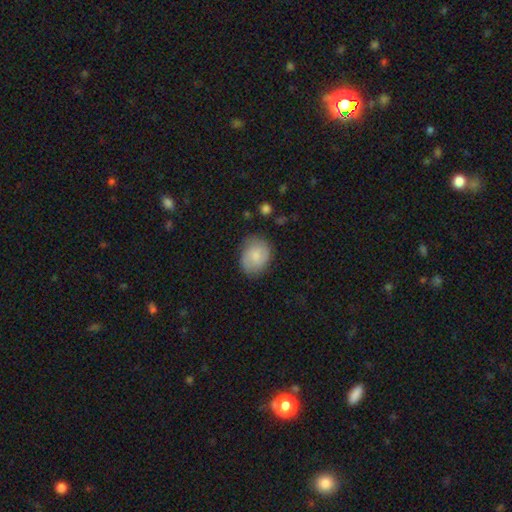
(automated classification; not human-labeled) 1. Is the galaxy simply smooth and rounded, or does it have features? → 69% smooth, 24% featured or disk, 7% star or artifact.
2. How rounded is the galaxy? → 50% in between, 49% round, 1% cigar-shaped.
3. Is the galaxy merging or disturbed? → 73% none, 21% minor disturbance, 5% major disturbance, 2% merger.